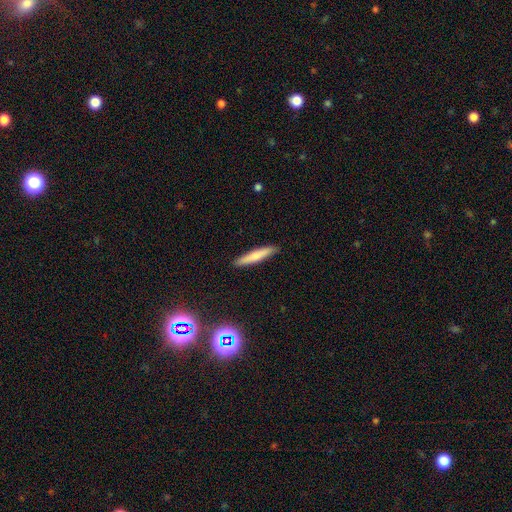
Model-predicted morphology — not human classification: Smooth or featured: smooth — 71% (featured or disk — 23%)
How rounded: cigar-shaped — 91% (in between — 8%)
Merging: none — 90% (minor disturbance — 7%)